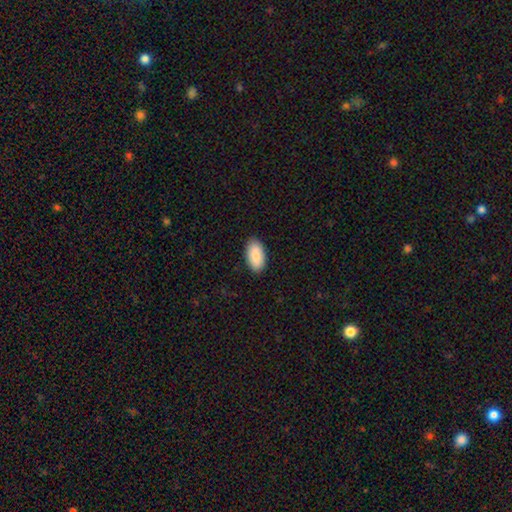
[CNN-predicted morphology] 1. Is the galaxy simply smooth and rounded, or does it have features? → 89% smooth, 6% star or artifact, 6% featured or disk.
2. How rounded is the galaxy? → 95% in between, 3% cigar-shaped, 2% round.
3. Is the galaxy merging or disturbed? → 89% none, 8% minor disturbance, 2% major disturbance, 1% merger.